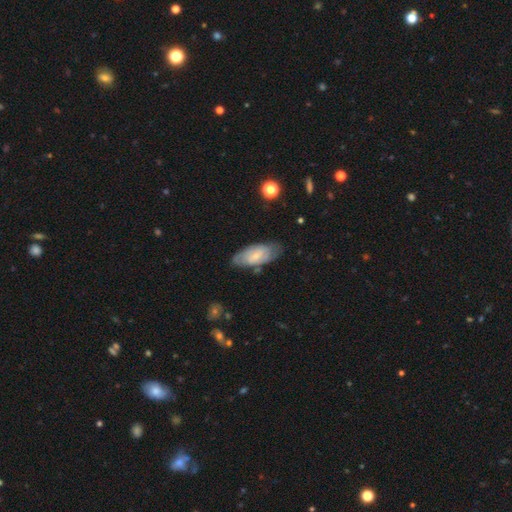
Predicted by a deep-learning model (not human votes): Smooth or featured? featured or disk (53%)
Edge-on disk? no (90%)
Merging? none (69%)